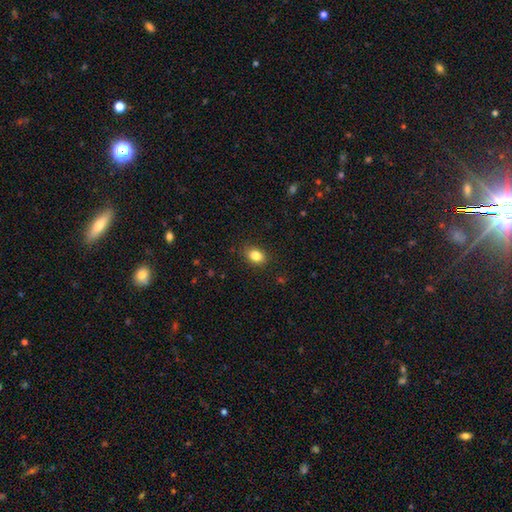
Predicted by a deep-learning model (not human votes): Smooth or featured? Predicted: smooth (p=0.84). How rounded? Predicted: in between (p=0.69). Merging? Predicted: none (p=0.85).